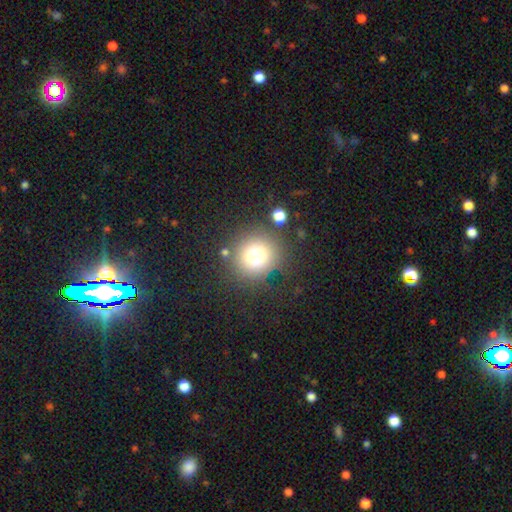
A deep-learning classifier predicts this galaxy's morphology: Smooth or featured? smooth (73%)
How rounded? round (92%)
Merging? none (80%)